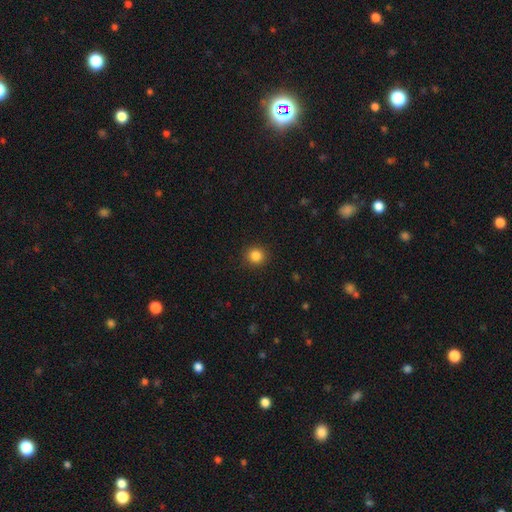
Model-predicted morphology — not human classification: Smooth or featured?
  - smooth: 85% *
  - star or artifact: 11%
  - featured or disk: 4%
How rounded?
  - round: 92% *
  - in between: 7%
  - cigar-shaped: 1%
Merging?
  - none: 91% *
  - minor disturbance: 6%
  - major disturbance: 2%
  - merger: 1%